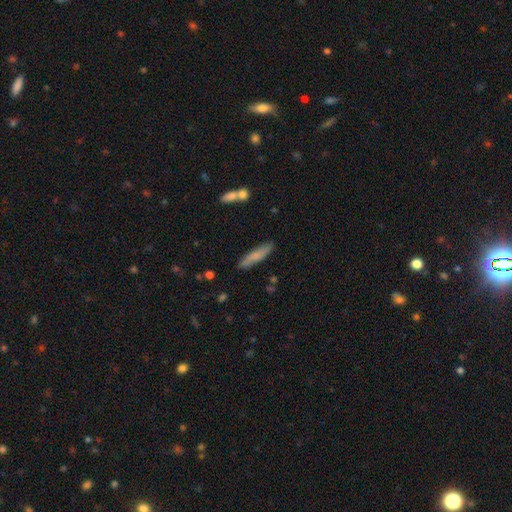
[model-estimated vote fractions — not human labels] smooth 74%, featured or disk 19%, star or artifact 6%. Down the decision tree: how rounded — cigar-shaped (80%); merging — none (84%).